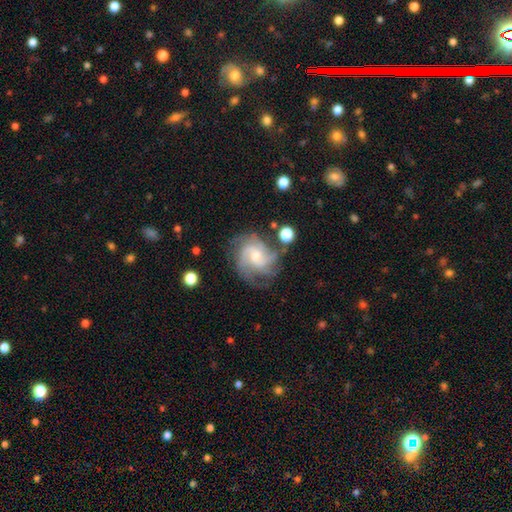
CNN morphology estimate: Smooth or featured?
  - featured or disk: 83% *
  - smooth: 10%
  - star or artifact: 7%
Edge-on disk?
  - no: 98% *
  - yes: 2%
Bar?
  - no: 63% *
  - weak: 32%
  - strong: 5%
Spiral arms?
  - yes: 96% *
  - no: 4%
Spiral winding?
  - medium: 46% *
  - tight: 40%
  - loose: 13%
Spiral arm count?
  - 3: 38% *
  - 4: 24%
  - can't tell: 17%
  - 2: 12%
  - more than 4: 5%
  - 1: 5%
Bulge size?
  - small: 53% *
  - moderate: 40%
  - large: 3%
  - none: 3%
  - dominant: 1%
Merging?
  - none: 65% *
  - minor disturbance: 19%
  - major disturbance: 12%
  - merger: 4%